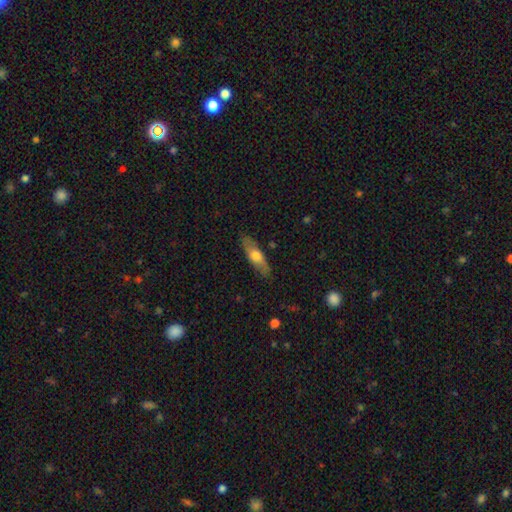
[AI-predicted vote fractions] A smooth galaxy with no disk features (59%) that is cigar-shaped (49%).

Vote fractions:
- Smooth or featured? smooth: 59% / featured or disk: 36% / star or artifact: 6%
- How rounded? cigar-shaped: 49% / in between: 48% / round: 3%
- Merging? none: 84% / minor disturbance: 12% / major disturbance: 3% / merger: 1%